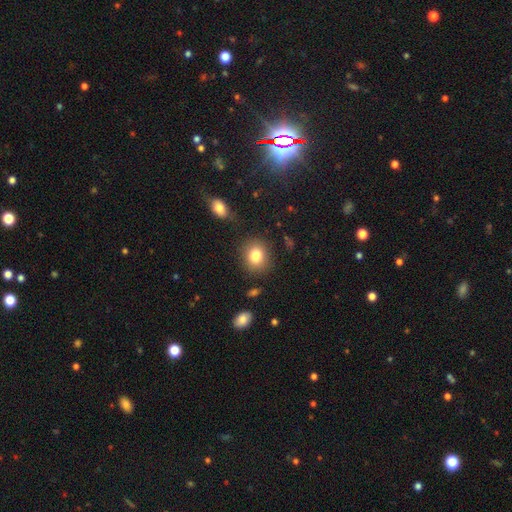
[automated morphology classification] smooth_or_featured: smooth (p=0.82) [alt: star or artifact p=0.10]
how_rounded: round (p=0.68) [alt: in between p=0.31]
merging: none (p=0.85) [alt: minor disturbance p=0.10]